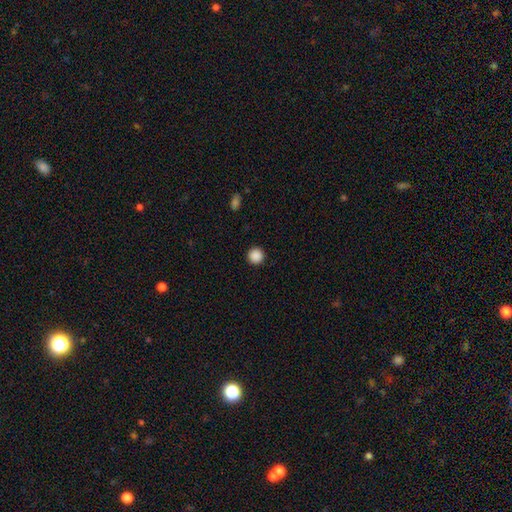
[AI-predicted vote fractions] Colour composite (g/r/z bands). It shows a smooth galaxy with no disk features (88%) that is round (96%). Merging: none (93%).